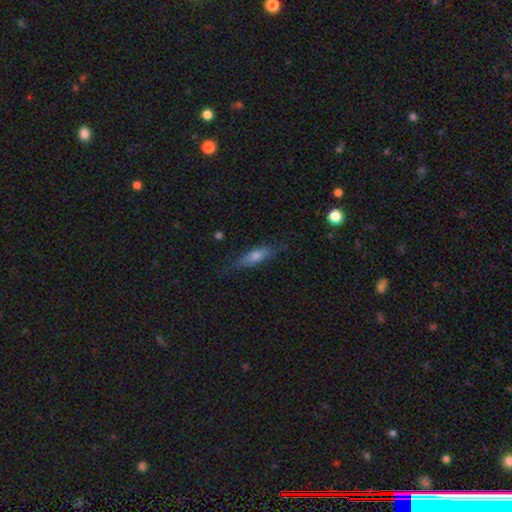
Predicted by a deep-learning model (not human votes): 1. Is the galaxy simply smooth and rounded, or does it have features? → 57% smooth, 34% featured or disk, 9% star or artifact.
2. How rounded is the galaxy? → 65% cigar-shaped, 32% in between, 3% round.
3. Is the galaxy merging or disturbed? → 74% none, 19% minor disturbance, 5% major disturbance, 2% merger.